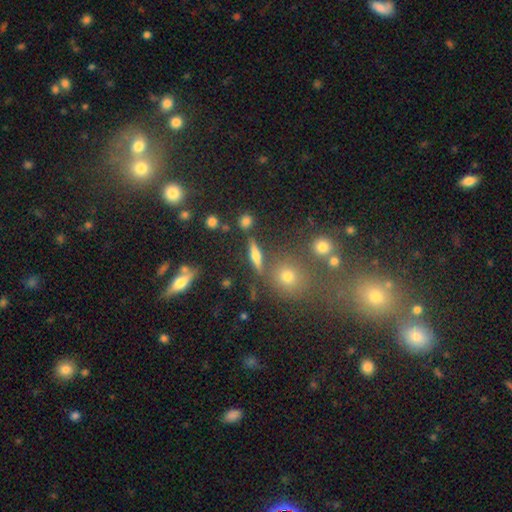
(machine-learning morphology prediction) type=featured or disk (45%); merging=none (78%).